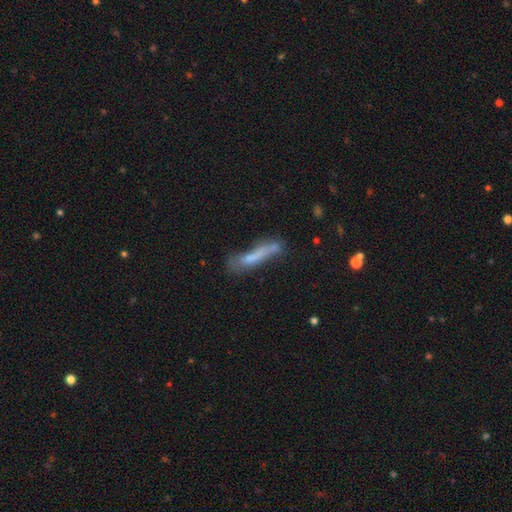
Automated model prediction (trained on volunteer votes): This appears to be a smooth galaxy with no disk features (56%) that is cigar-shaped (88%). Merging: none (49%).